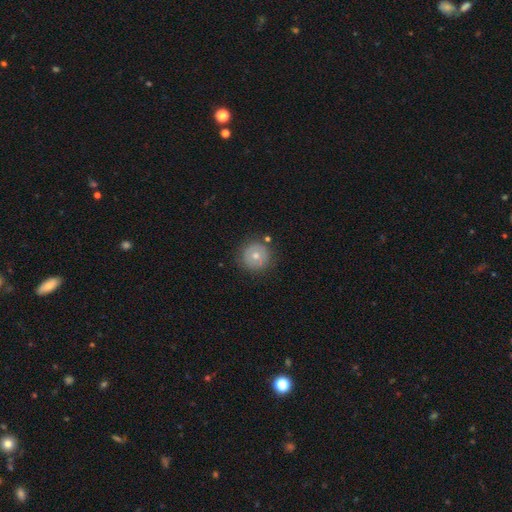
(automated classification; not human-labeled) smooth-or-featured: smooth: 61% | featured or disk: 29% | star or artifact: 9%
  how-rounded: round: 94% | in between: 5% | cigar-shaped: 1%
  merging: none: 82% | minor disturbance: 12% | major disturbance: 3% | merger: 3%